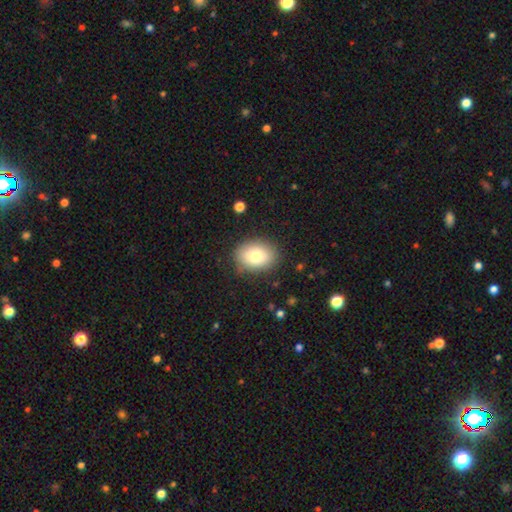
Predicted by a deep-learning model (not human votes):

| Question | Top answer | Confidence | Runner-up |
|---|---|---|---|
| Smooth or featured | smooth | 79% | featured or disk (12%) |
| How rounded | in between | 67% | round (32%) |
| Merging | none | 84% | minor disturbance (11%) |